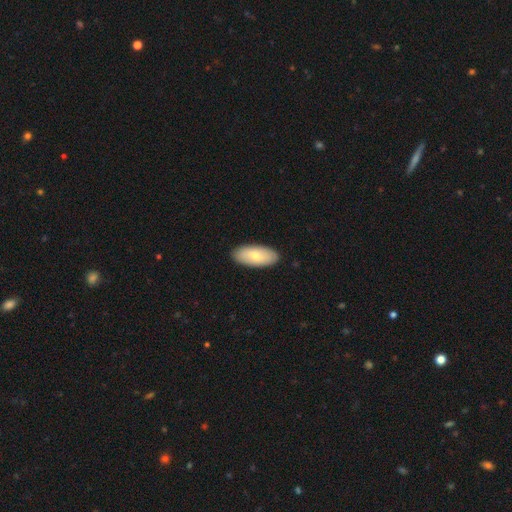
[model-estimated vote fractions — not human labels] This appears to be a smooth galaxy with no disk features (73%) that is in between round and cigar-shaped (89%). Merging: none (89%).